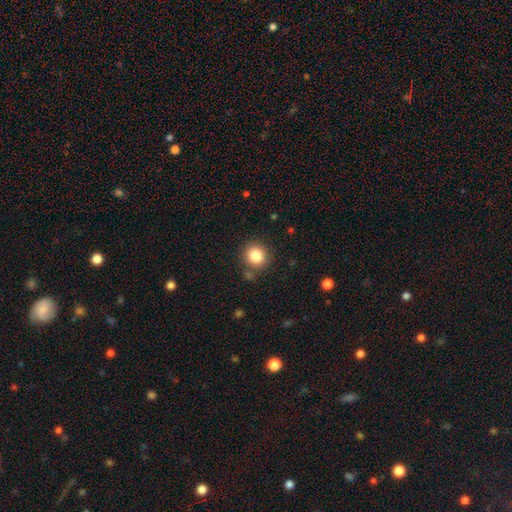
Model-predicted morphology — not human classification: type=smooth (83%); roundness=round (88%); merging=none (84%).